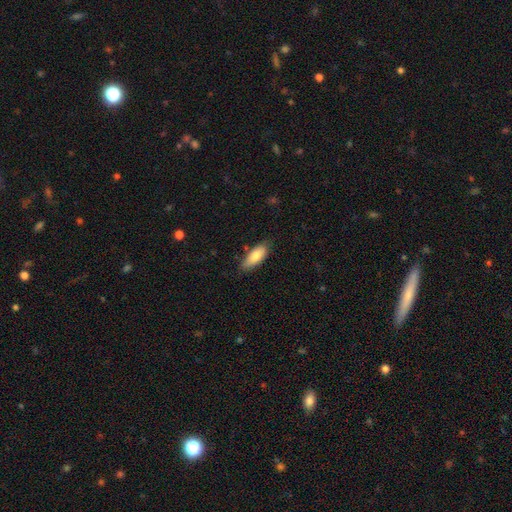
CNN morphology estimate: A smooth galaxy with no disk features (83%) that is in between round and cigar-shaped (77%). Merging: none (74%).